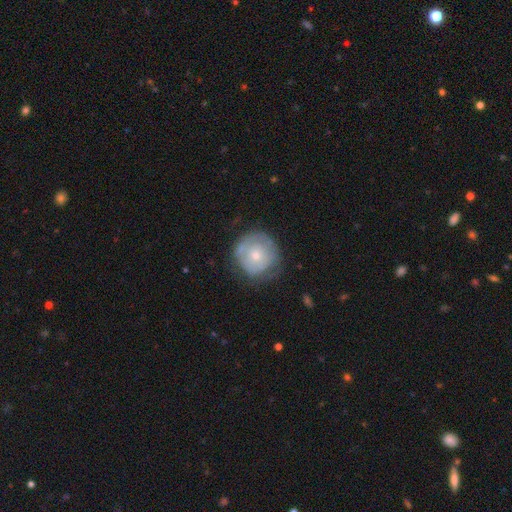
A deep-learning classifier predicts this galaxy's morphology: Overall: smooth (51%; featured or disk 42%). How rounded: round (92%). Merging: none (65%).